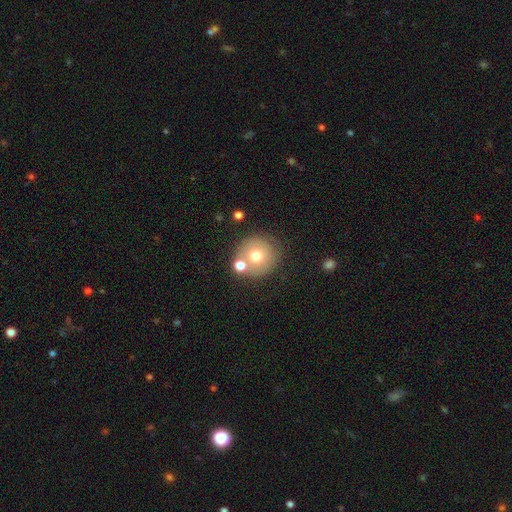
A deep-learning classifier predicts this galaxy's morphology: The model was most divided on "merging": none: 66%, merger: 19%, minor disturbance: 11%, major disturbance: 4%. More confident: how rounded — round (91%); smooth or featured — smooth (69%).